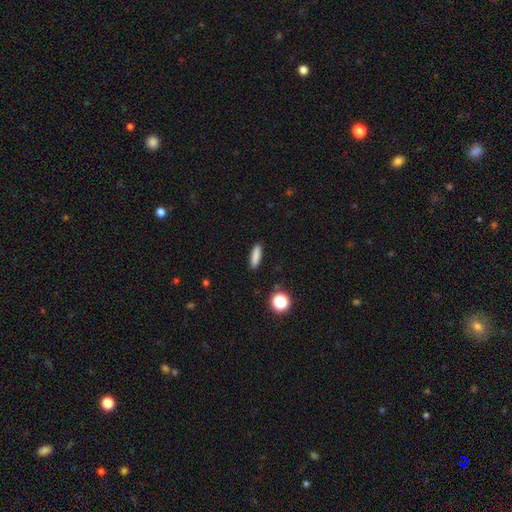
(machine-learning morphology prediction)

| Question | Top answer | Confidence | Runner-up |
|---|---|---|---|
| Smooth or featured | smooth | 84% | star or artifact (9%) |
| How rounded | cigar-shaped | 70% | in between (27%) |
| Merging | none | 89% | minor disturbance (7%) |